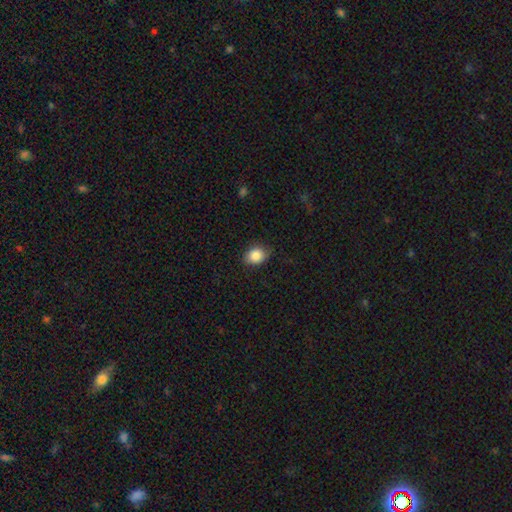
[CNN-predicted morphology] smooth-or-featured: smooth: 86% | star or artifact: 8% | featured or disk: 5%
  how-rounded: in between: 57% | round: 42% | cigar-shaped: 1%
  merging: none: 80% | minor disturbance: 16% | major disturbance: 3% | merger: 1%